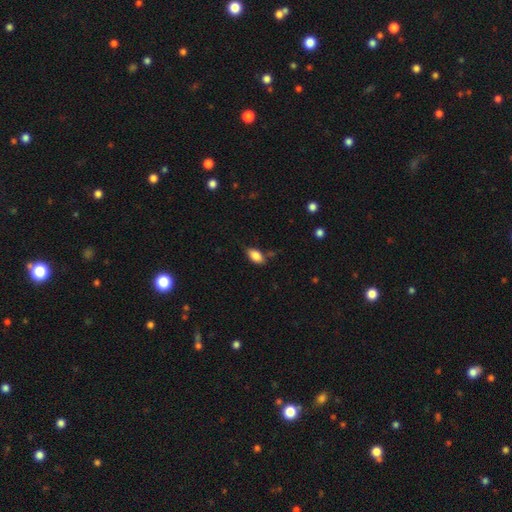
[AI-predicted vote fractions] The model was most divided on "merging": none: 71%, minor disturbance: 21%, merger: 4%, major disturbance: 4%. More confident: how rounded — in between (91%); smooth or featured — smooth (85%).